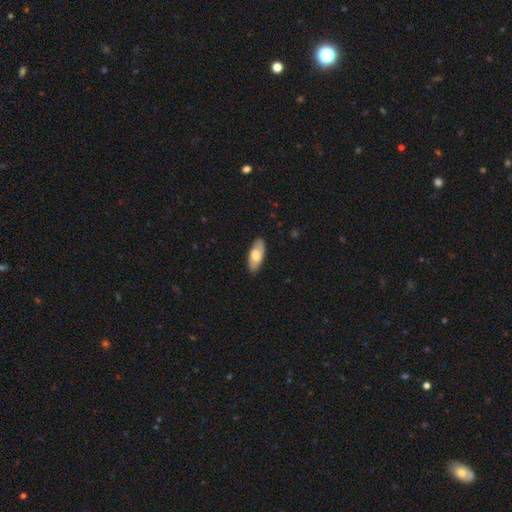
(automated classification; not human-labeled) Q: Smooth or featured?
A: smooth (61%); runner-up: featured or disk (34%)
Q: How rounded?
A: in between (85%); runner-up: cigar-shaped (13%)
Q: Merging?
A: none (85%); runner-up: minor disturbance (12%)